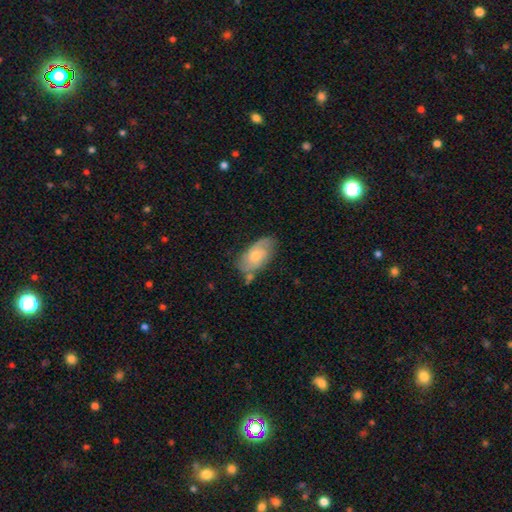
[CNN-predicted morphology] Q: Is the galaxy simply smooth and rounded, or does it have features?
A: smooth — 49%.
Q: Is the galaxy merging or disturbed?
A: none — 59%.